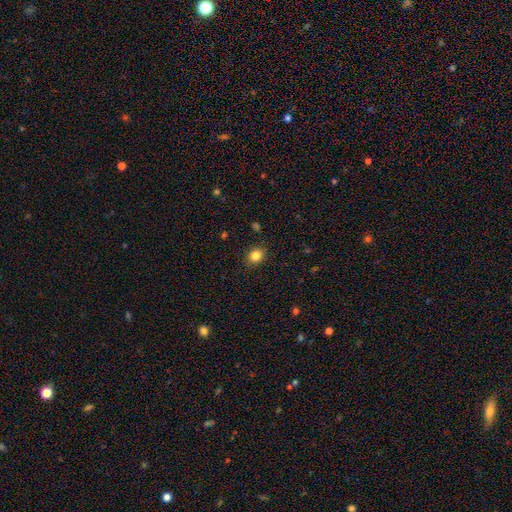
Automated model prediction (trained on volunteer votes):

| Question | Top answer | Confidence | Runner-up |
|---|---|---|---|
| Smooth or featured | smooth | 84% | star or artifact (11%) |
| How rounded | round | 66% | in between (33%) |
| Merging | none | 88% | minor disturbance (8%) |